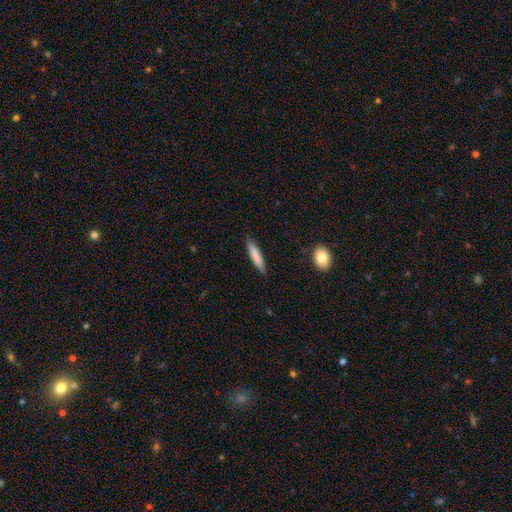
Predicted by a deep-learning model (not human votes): A smooth galaxy with no disk features (79%) that is cigar-shaped (89%).

Vote fractions:
- Smooth or featured? smooth: 79% / featured or disk: 15% / star or artifact: 5%
- How rounded? cigar-shaped: 89% / in between: 9% / round: 1%
- Merging? none: 87% / minor disturbance: 10% / major disturbance: 2% / merger: 1%